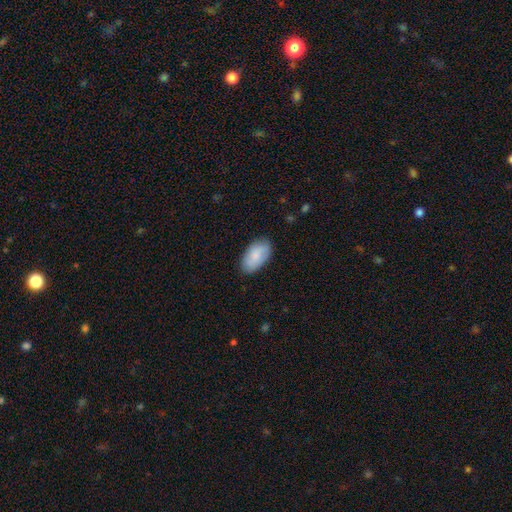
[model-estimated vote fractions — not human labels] Smooth or featured?
  - smooth: 80% *
  - featured or disk: 14%
  - star or artifact: 6%
How rounded?
  - in between: 95% *
  - round: 3%
  - cigar-shaped: 2%
Merging?
  - none: 81% *
  - minor disturbance: 15%
  - major disturbance: 3%
  - merger: 1%